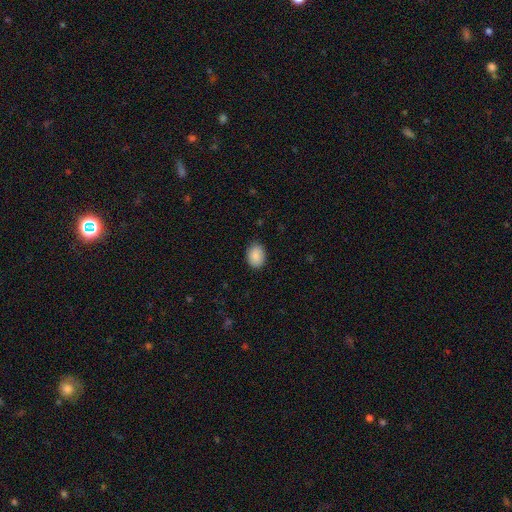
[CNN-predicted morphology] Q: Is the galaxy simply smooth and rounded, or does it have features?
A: smooth — 89%.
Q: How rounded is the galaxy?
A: in between — 70%.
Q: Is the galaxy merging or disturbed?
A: none — 84%.